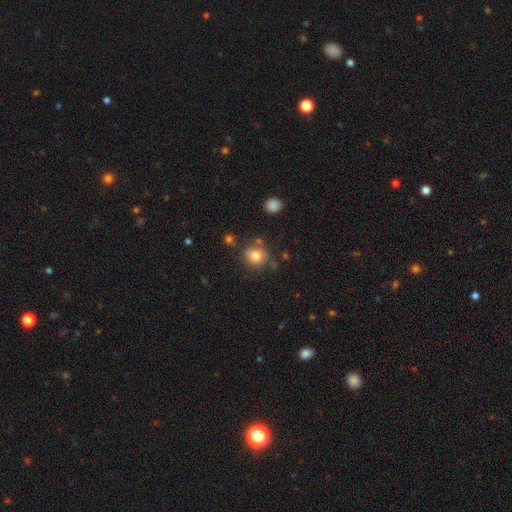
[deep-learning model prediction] This appears to be a smooth galaxy with no disk features (81%) that is round (84%). Merging: none (75%).